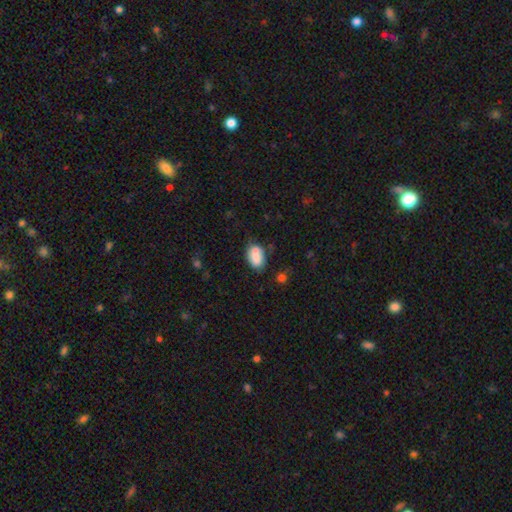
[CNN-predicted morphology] This appears to be a smooth galaxy with no disk features (80%) that is in between round and cigar-shaped (87%). Merging: none (57%).